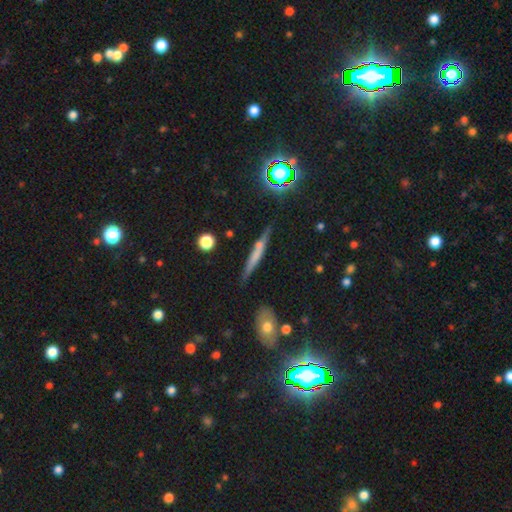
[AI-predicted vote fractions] Smooth or featured?
  - smooth: 47% *
  - featured or disk: 42%
  - star or artifact: 11%
Merging?
  - none: 81% *
  - minor disturbance: 13%
  - merger: 3%
  - major disturbance: 3%